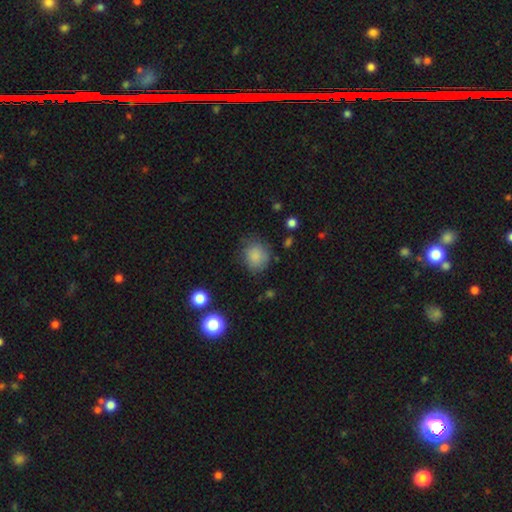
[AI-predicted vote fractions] A smooth galaxy with no disk features (83%) that is round (76%).

Vote fractions:
- Smooth or featured? smooth: 83% / star or artifact: 9% / featured or disk: 8%
- How rounded? round: 76% / in between: 23% / cigar-shaped: 1%
- Merging? none: 72% / minor disturbance: 19% / major disturbance: 6% / merger: 2%